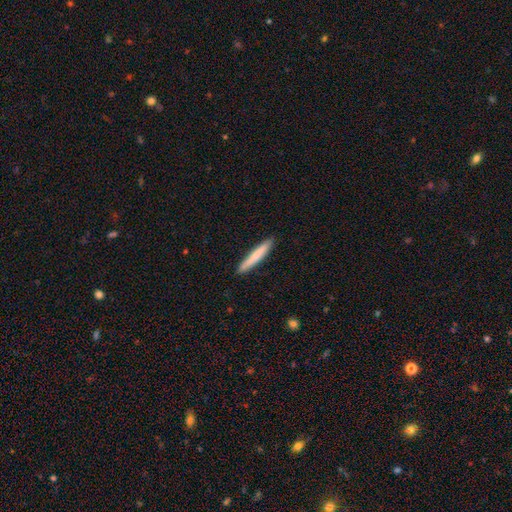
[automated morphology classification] Q: Smooth or featured?
A: smooth (75%); runner-up: featured or disk (20%)
Q: How rounded?
A: cigar-shaped (95%); runner-up: in between (4%)
Q: Merging?
A: none (90%); runner-up: minor disturbance (7%)